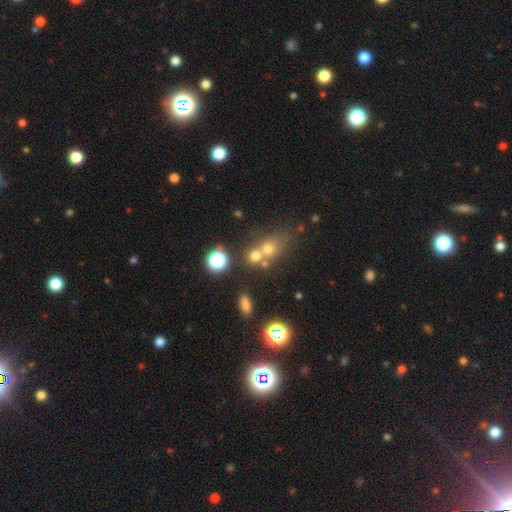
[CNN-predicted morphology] smooth 62%, star or artifact 22%, featured or disk 15%. Down the decision tree: how rounded — round (73%); merging — merger (48%).